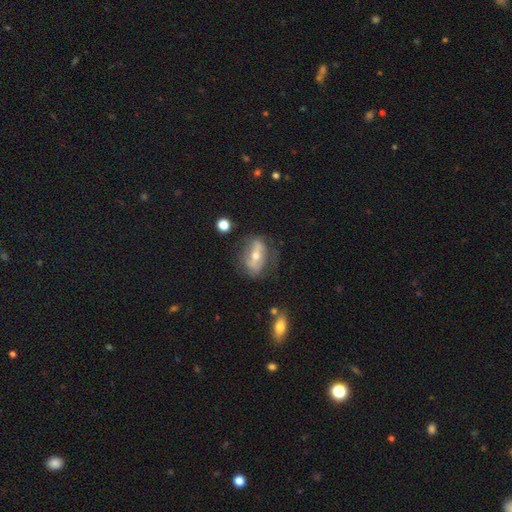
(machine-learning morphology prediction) featured or disk 64%, smooth 28%, star or artifact 8%. Down the decision tree: edge-on disk — no (85%); bar — strong (46%); spiral arms — yes (52%); bulge size — moderate (61%); merging — none (61%).